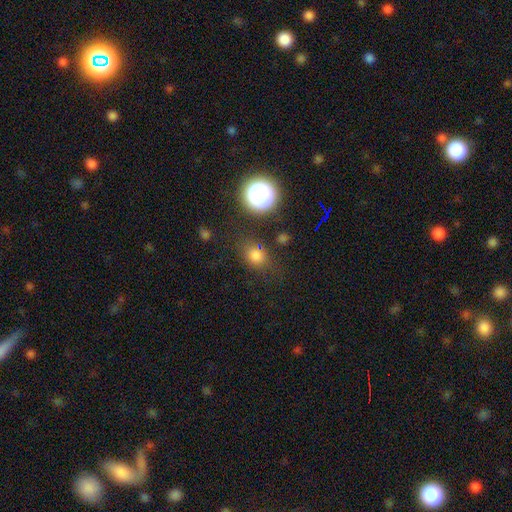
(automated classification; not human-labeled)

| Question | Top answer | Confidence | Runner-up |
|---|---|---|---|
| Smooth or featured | smooth | 75% | star or artifact (18%) |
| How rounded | round | 59% | in between (40%) |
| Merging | none | 76% | minor disturbance (13%) |